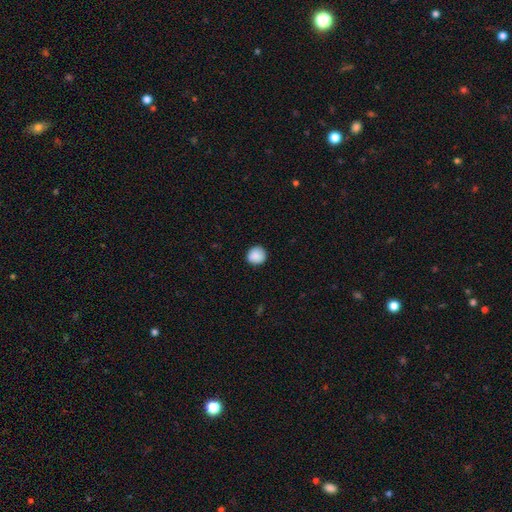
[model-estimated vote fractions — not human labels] Overall: smooth (89%). How rounded: round (91%). Merging: none (88%).